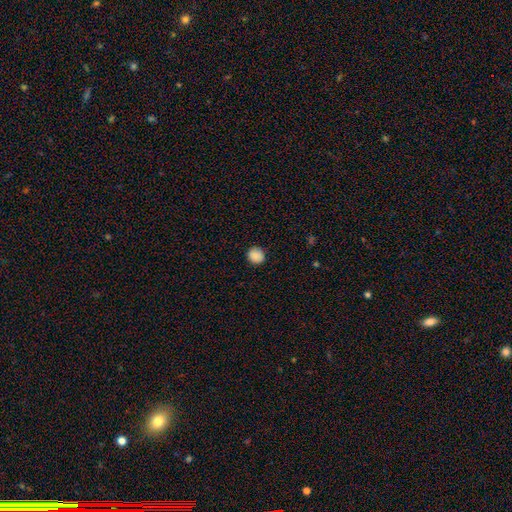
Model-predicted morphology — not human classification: Smooth or featured: smooth — 88% (star or artifact — 9%)
How rounded: round — 86% (in between — 13%)
Merging: none — 90% (minor disturbance — 7%)